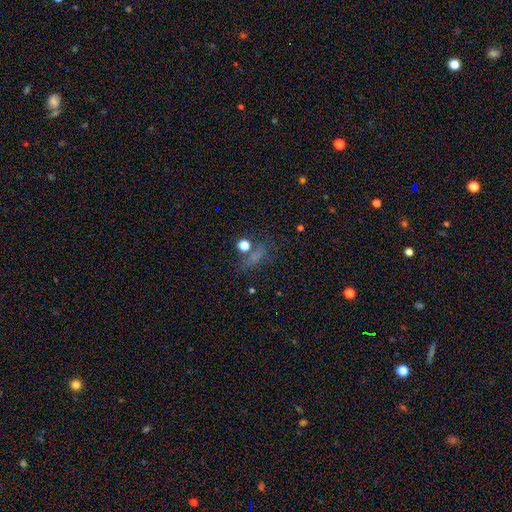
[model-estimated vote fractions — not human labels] smooth-or-featured: smooth: 47% | star or artifact: 40% | featured or disk: 13%
  merging: none: 60% | minor disturbance: 16% | major disturbance: 15% | merger: 10%